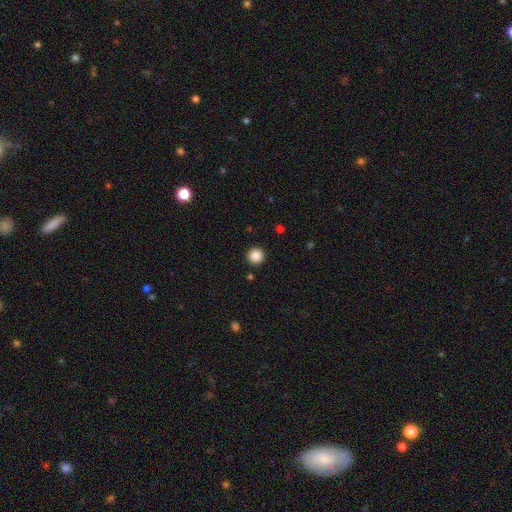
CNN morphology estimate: smooth 87%, star or artifact 10%, featured or disk 3%. Down the decision tree: how rounded — round (96%); merging — none (93%).